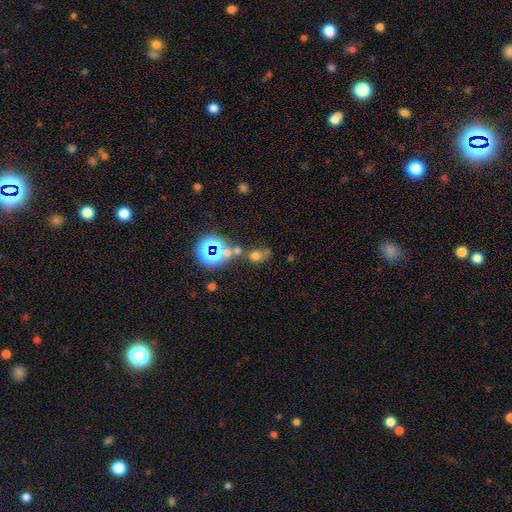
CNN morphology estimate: smooth_or_featured: smooth (p=0.54) [alt: star or artifact p=0.32]
how_rounded: round (p=0.58) [alt: in between p=0.39]
merging: none (p=0.46) [alt: merger p=0.29]